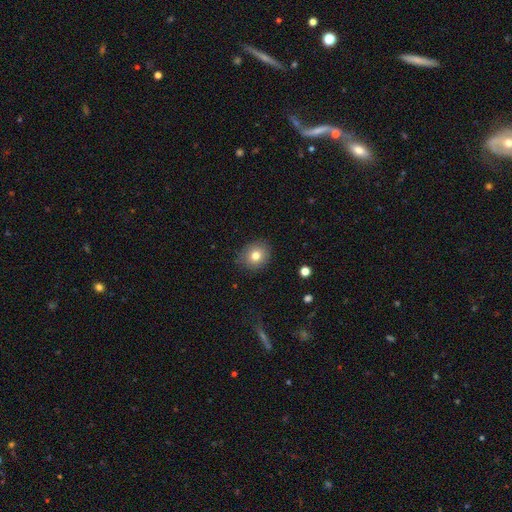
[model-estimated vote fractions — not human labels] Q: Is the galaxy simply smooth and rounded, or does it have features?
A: smooth — 77%.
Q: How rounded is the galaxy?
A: round — 81%.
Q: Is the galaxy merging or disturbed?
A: none — 86%.